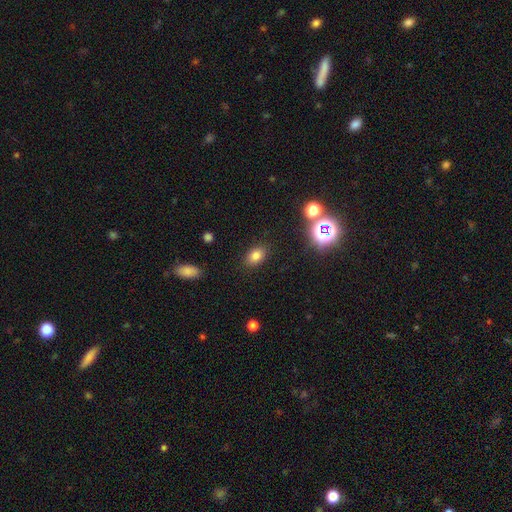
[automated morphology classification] smooth 77%, star or artifact 15%, featured or disk 8%. Down the decision tree: how rounded — in between (79%); merging — none (86%).